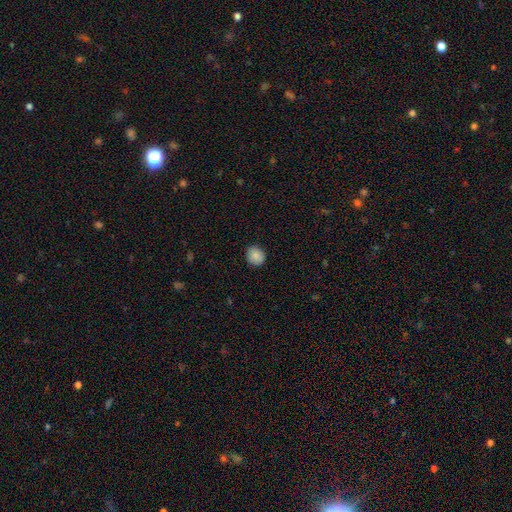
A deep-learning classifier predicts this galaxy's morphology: The model was most divided on "how rounded": round: 78%, in between: 22%, cigar-shaped: 1%. More confident: smooth or featured — smooth (87%); merging — none (87%).